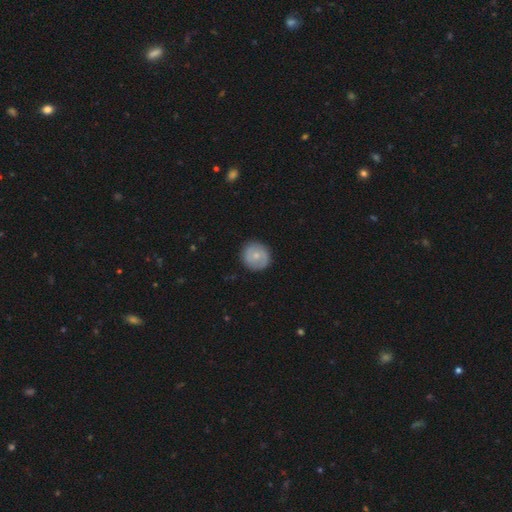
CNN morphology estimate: Overall: smooth (58%; featured or disk 35%). How rounded: round (92%). Merging: none (88%).